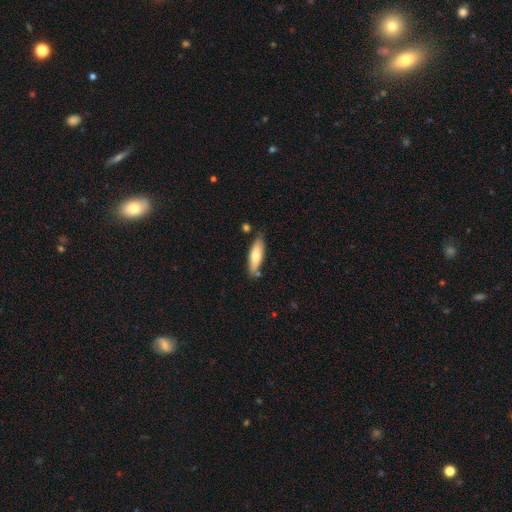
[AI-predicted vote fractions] This is likely a smooth galaxy (67%). How rounded: possibly cigar-shaped (52%). Merging: likely none (78%).